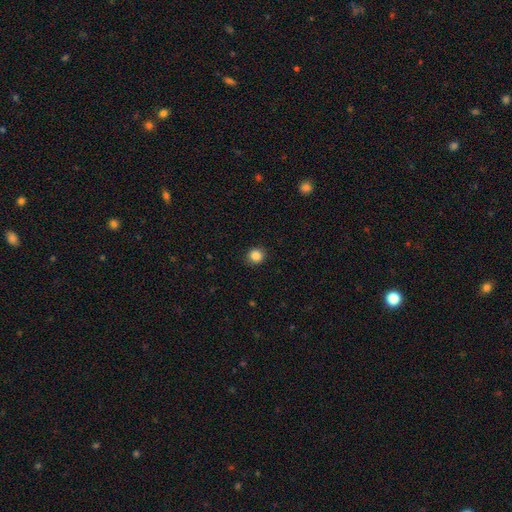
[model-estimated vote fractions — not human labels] A smooth galaxy with no disk features (86%) that is round (91%).

Vote fractions:
- Smooth or featured? smooth: 86% / star or artifact: 10% / featured or disk: 3%
- How rounded? round: 91% / in between: 8% / cigar-shaped: 1%
- Merging? none: 91% / minor disturbance: 6% / major disturbance: 2% / merger: 1%